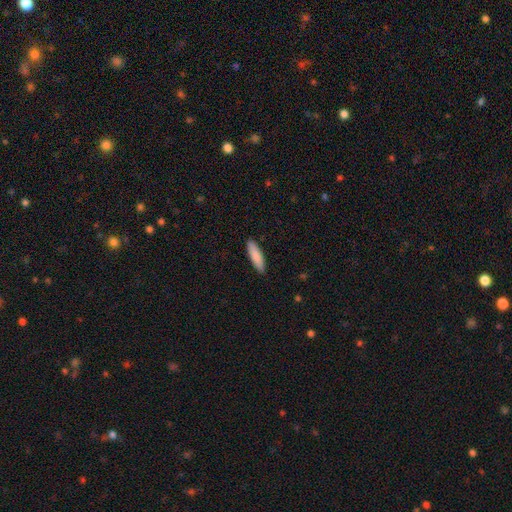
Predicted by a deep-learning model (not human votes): A smooth galaxy with no disk features (86%) that is cigar-shaped (66%).

Vote fractions:
- Smooth or featured? smooth: 86% / featured or disk: 9% / star or artifact: 5%
- How rounded? cigar-shaped: 66% / in between: 33% / round: 1%
- Merging? none: 89% / minor disturbance: 8% / major disturbance: 2% / merger: 1%